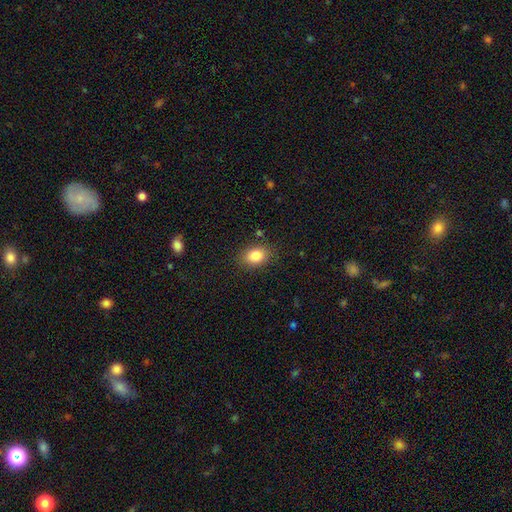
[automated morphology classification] This is clearly a smooth galaxy (84%). How rounded: likely in between (78%). Merging: clearly none (85%).